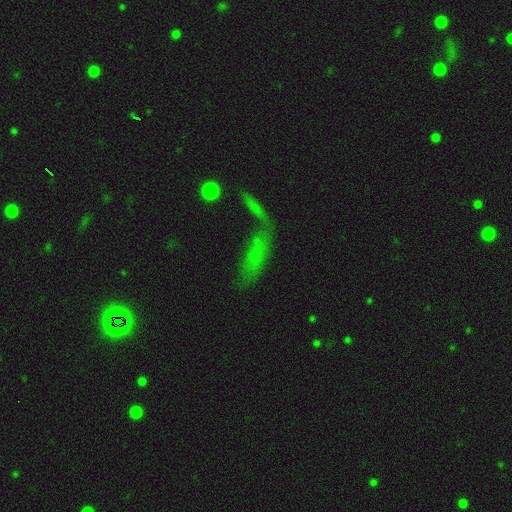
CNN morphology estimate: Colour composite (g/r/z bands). It shows a smooth galaxy with no disk features (56%) that is cigar-shaped (48%). Merging: none (45%).